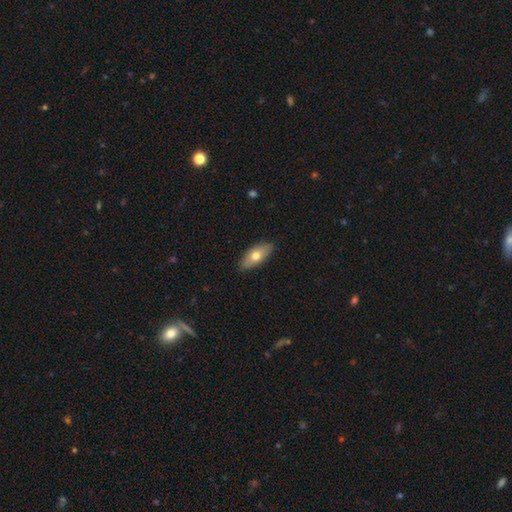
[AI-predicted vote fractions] smooth-or-featured: smooth: 66% | featured or disk: 28% | star or artifact: 6%
  how-rounded: in between: 83% | cigar-shaped: 14% | round: 3%
  merging: none: 86% | minor disturbance: 11% | major disturbance: 2% | merger: 1%